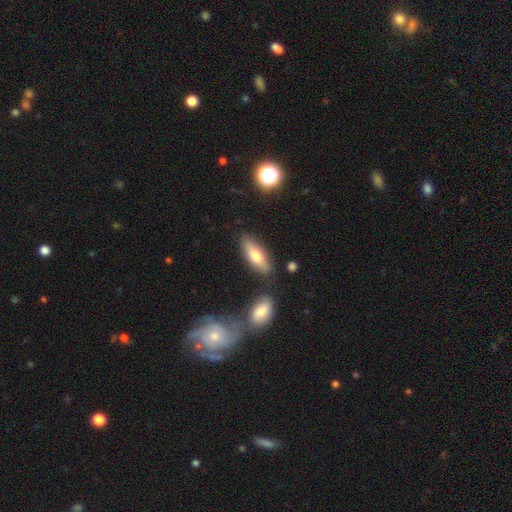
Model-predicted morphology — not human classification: This appears to be a smooth galaxy with no disk features (68%) that is in between round and cigar-shaped (63%). Merging: none (78%).